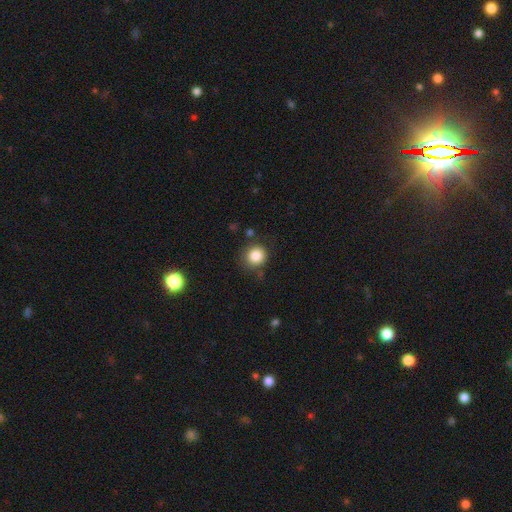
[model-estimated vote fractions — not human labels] Q: Smooth or featured?
A: smooth (85%); runner-up: star or artifact (10%)
Q: How rounded?
A: round (90%); runner-up: in between (9%)
Q: Merging?
A: none (80%); runner-up: minor disturbance (13%)